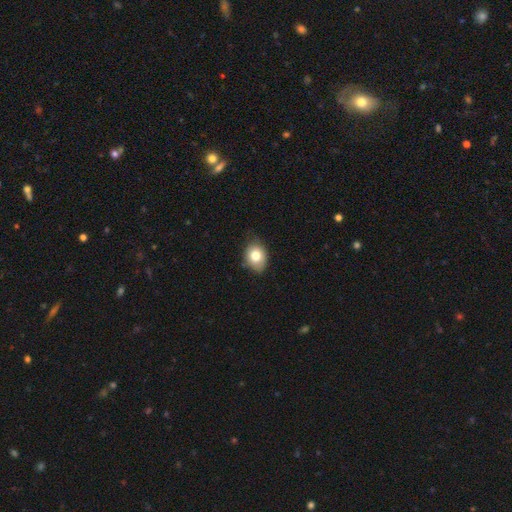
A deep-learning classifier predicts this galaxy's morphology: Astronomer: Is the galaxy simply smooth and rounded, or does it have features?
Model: smooth — 79%.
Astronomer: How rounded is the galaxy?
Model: in between — 61% (runner-up: round, 38%).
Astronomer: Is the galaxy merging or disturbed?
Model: none — 74%.